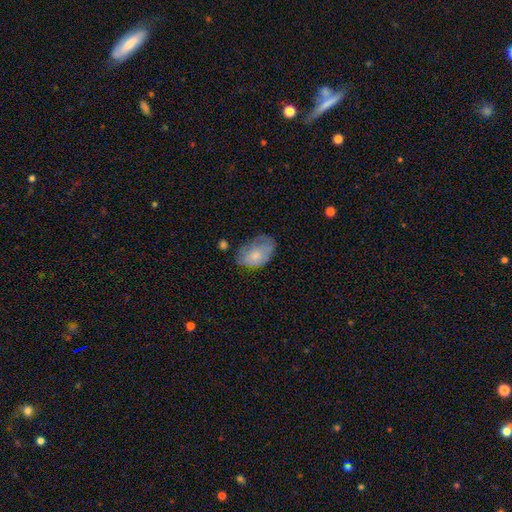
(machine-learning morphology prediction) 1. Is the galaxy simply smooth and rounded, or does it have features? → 70% smooth, 23% featured or disk, 7% star or artifact.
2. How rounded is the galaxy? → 88% in between, 10% round, 1% cigar-shaped.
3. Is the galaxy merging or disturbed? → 46% none, 36% minor disturbance, 15% major disturbance, 3% merger.